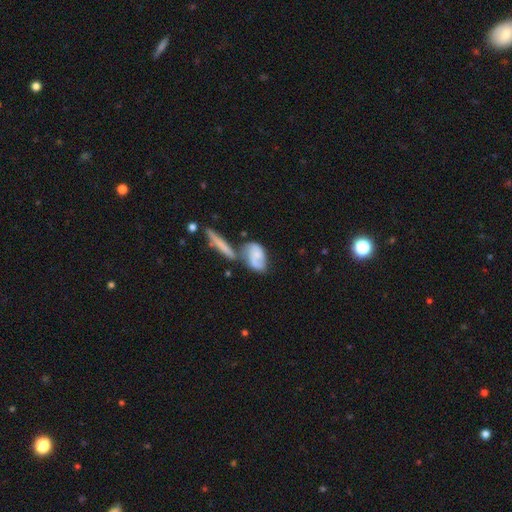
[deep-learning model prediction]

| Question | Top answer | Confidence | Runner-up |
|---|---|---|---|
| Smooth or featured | featured or disk | 49% | smooth (44%) |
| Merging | merger | 37% | none (33%) |